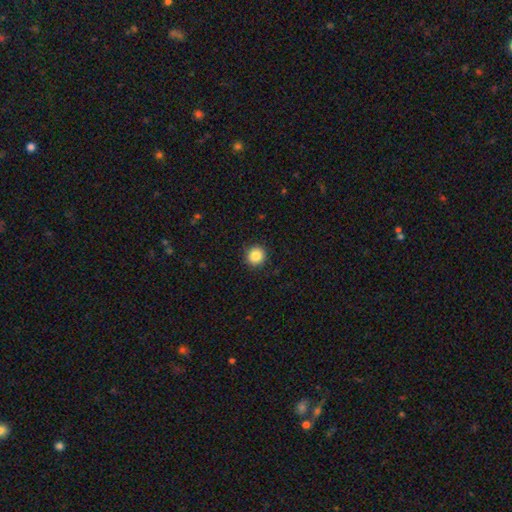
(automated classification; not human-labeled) The model was most divided on "smooth or featured": smooth: 85%, star or artifact: 10%, featured or disk: 5%. More confident: how rounded — round (94%); merging — none (91%).